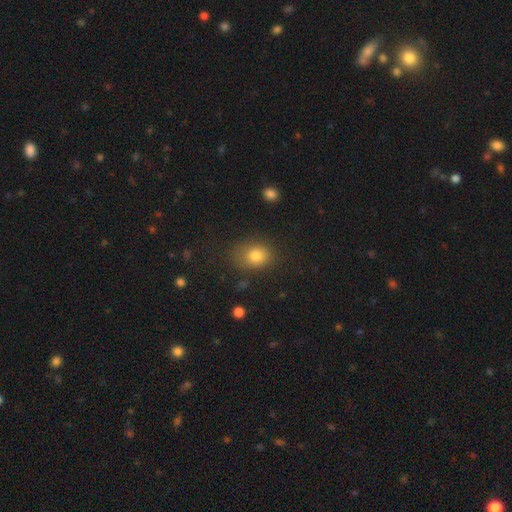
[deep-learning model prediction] Q: Smooth or featured?
A: smooth (80%); runner-up: star or artifact (12%)
Q: How rounded?
A: in between (55%); runner-up: round (44%)
Q: Merging?
A: none (74%); runner-up: minor disturbance (18%)